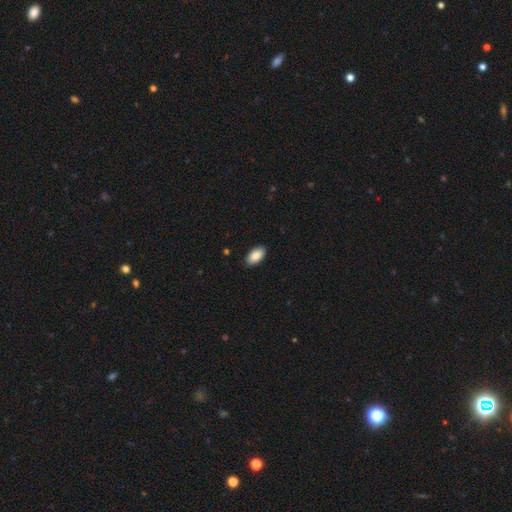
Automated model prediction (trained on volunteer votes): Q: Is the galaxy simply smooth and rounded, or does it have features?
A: smooth — 89%.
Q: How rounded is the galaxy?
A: in between — 95%.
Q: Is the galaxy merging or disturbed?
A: none — 89%.